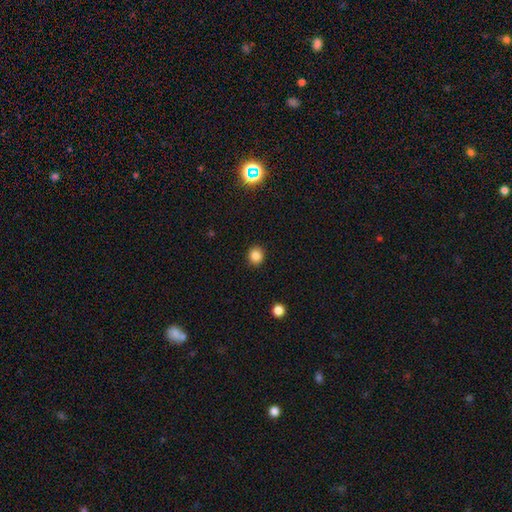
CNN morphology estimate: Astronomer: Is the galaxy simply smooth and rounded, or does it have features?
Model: smooth — 85%.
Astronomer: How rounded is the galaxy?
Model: round — 87%.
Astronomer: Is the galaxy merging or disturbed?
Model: none — 91%.